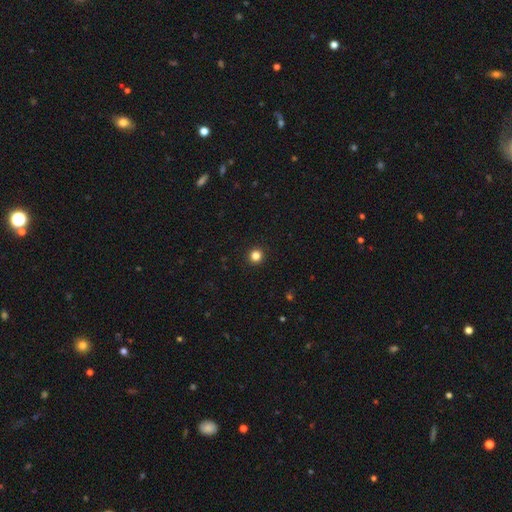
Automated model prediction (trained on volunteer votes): A smooth galaxy with no disk features (83%) that is round (95%). Merging: none (94%).